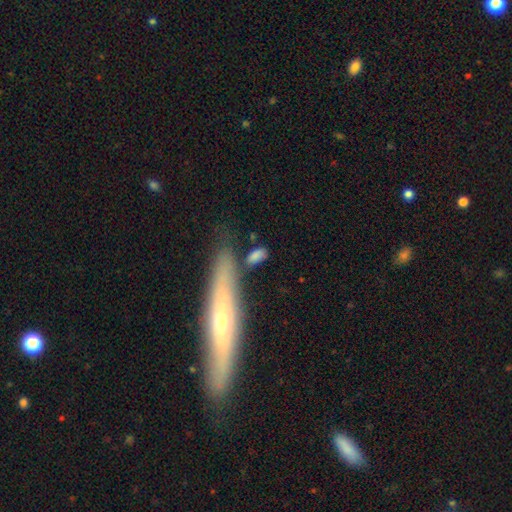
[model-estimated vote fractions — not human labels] Smooth or featured: smooth — 81% (featured or disk — 11%)
How rounded: in between — 81% (cigar-shaped — 14%)
Merging: none — 65% (minor disturbance — 17%)